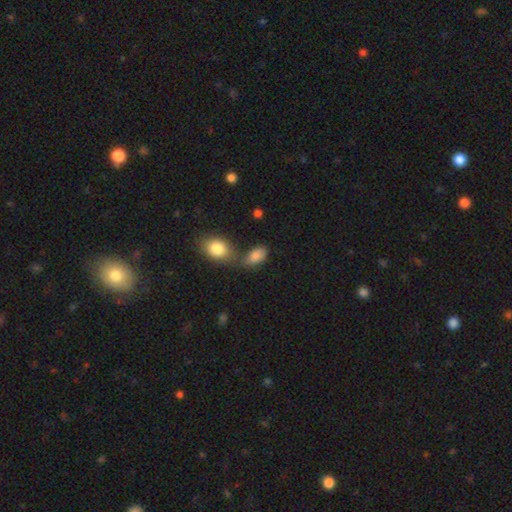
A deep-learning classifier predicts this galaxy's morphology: Smooth or featured? smooth (82%)
How rounded? in between (90%)
Merging? none (44%)